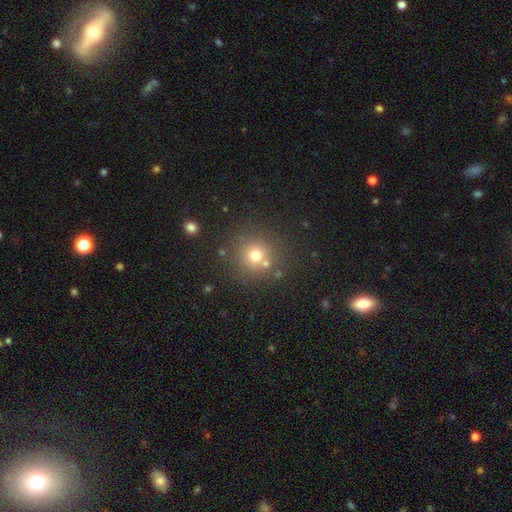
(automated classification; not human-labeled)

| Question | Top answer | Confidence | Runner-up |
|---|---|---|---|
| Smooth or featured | smooth | 71% | star or artifact (19%) |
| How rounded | round | 94% | in between (5%) |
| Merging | none | 80% | merger (9%) |